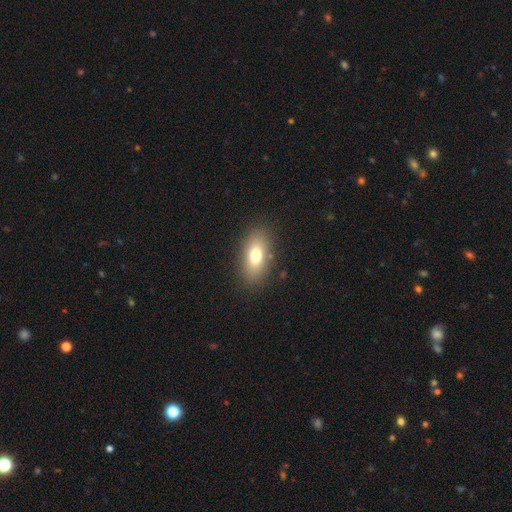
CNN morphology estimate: This appears to be a smooth galaxy with no disk features (74%) that is in between round and cigar-shaped (87%). Merging: none (86%).